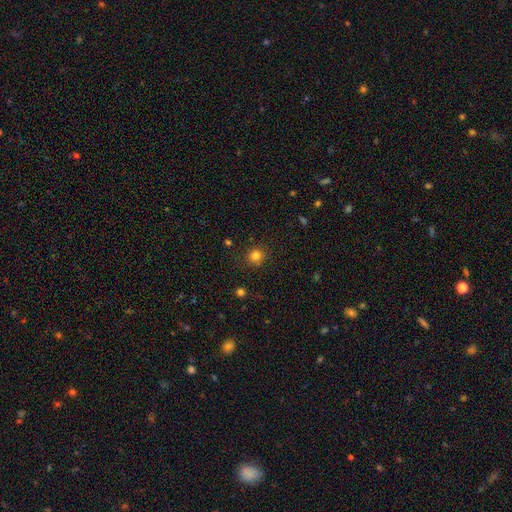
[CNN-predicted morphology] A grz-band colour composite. It shows a smooth galaxy with no disk features (81%) that is round (90%). Merging: none (88%).